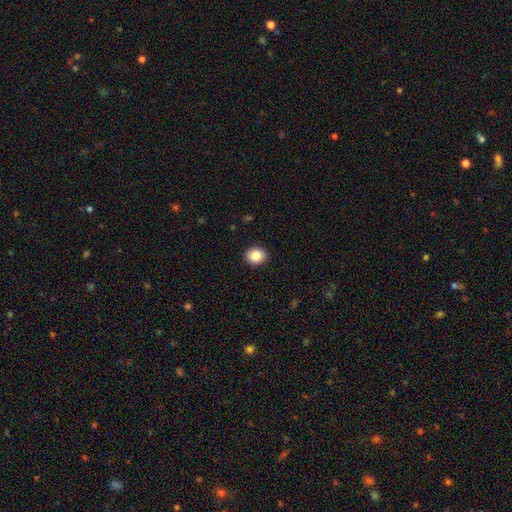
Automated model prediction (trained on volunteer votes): This is clearly a smooth galaxy (85%). How rounded: likely round (71%). Merging: clearly none (92%).